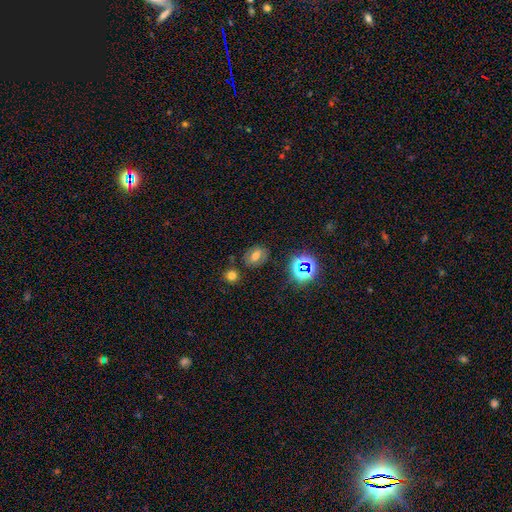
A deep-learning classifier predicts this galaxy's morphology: Smooth or featured: smooth — 55% (star or artifact — 26%)
How rounded: in between — 61% (round — 37%)
Merging: none — 79% (minor disturbance — 12%)